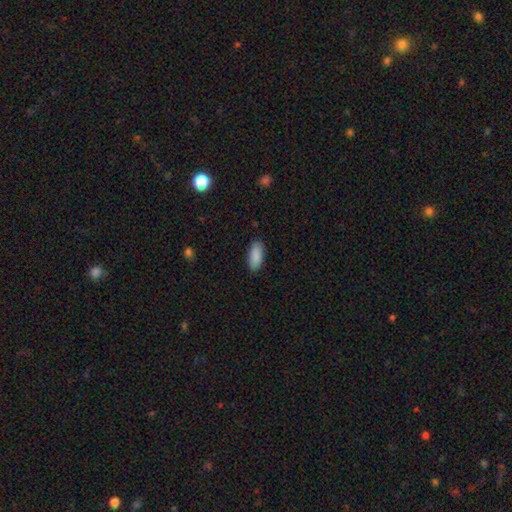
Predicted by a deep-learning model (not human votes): This is clearly a smooth galaxy (90%). How rounded: clearly in between (88%). Merging: clearly none (89%).